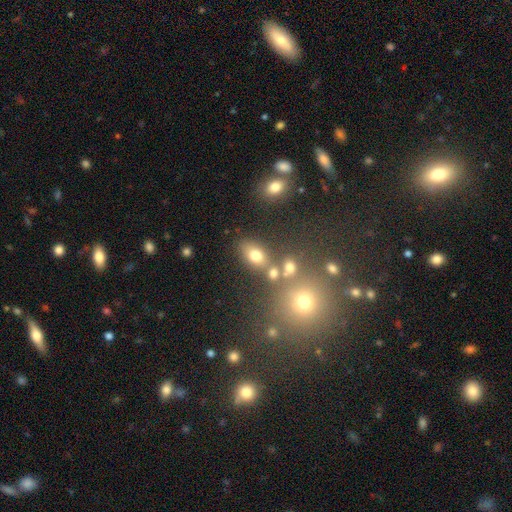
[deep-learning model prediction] A smooth galaxy with no disk features (72%) that is in between round and cigar-shaped (72%).

Vote fractions:
- Smooth or featured? smooth: 72% / star or artifact: 15% / featured or disk: 13%
- How rounded? in between: 72% / round: 26% / cigar-shaped: 3%
- Merging? none: 64% / merger: 17% / minor disturbance: 13% / major disturbance: 6%